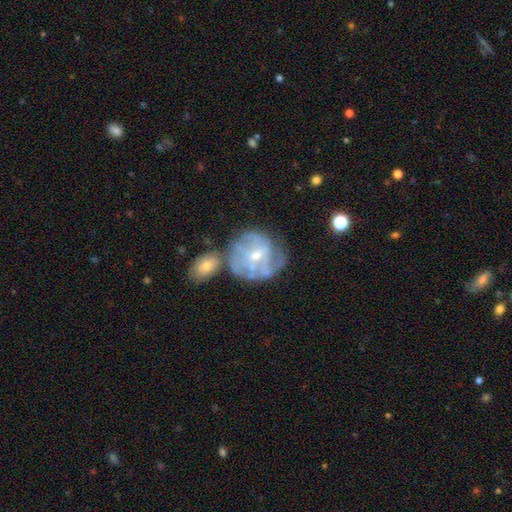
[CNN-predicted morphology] Smooth or featured: featured or disk — 73% (smooth — 19%)
Edge-on disk: no — 97% (yes — 3%)
Bar: no — 53% (weak — 38%)
Spiral arms: yes — 77% (no — 23%)
Spiral winding: tight — 56% (medium — 31%)
Spiral arm count: can't tell — 54% (2 — 16%)
Bulge size: small — 58% (moderate — 37%)
Merging: none — 45% (merger — 22%)